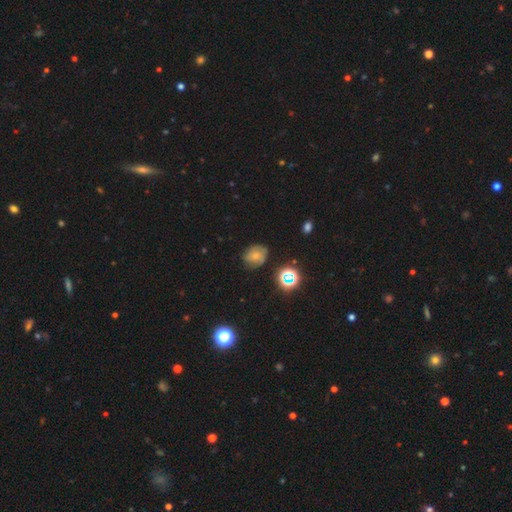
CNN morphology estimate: Smooth or featured? smooth (46%)
Merging? none (69%)